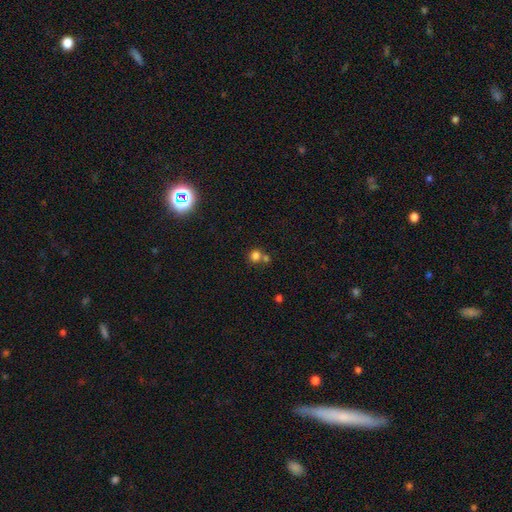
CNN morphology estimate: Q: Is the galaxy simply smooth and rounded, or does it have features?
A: smooth — 79%.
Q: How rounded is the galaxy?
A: round — 82%.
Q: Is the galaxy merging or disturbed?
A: none — 53%.